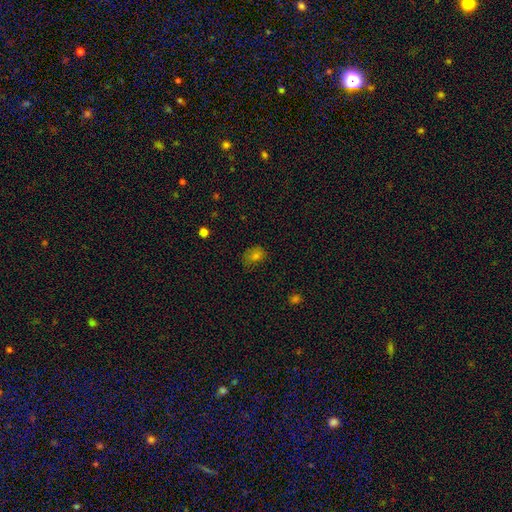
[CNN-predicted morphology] Smooth or featured? Predicted: smooth (p=0.68). How rounded? Predicted: in between (p=0.59). Merging? Predicted: none (p=0.60).